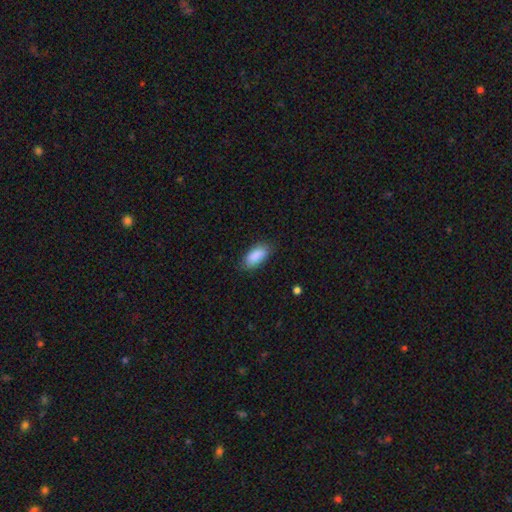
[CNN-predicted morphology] Smooth or featured? Predicted: smooth (p=0.89). How rounded? Predicted: in between (p=0.90). Merging? Predicted: none (p=0.81).